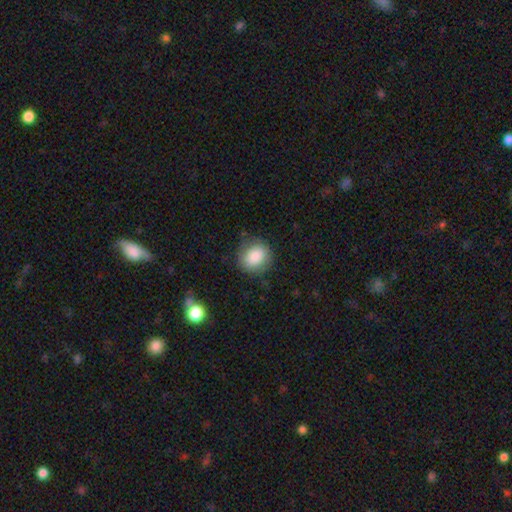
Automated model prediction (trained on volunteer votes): A smooth galaxy with no disk features (84%) that is round (76%). Merging: none (78%).